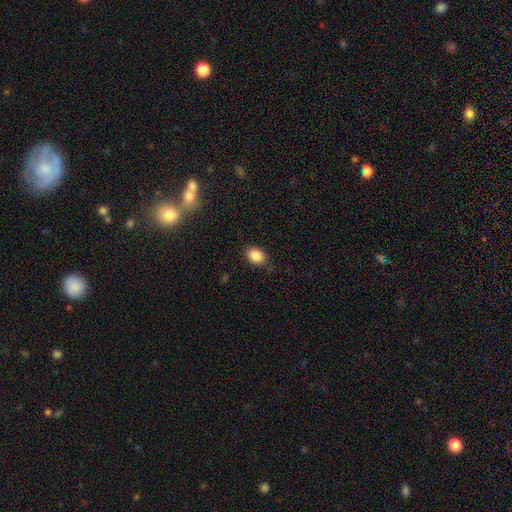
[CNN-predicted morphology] The model was most divided on "how rounded": in between: 57%, round: 42%, cigar-shaped: 1%. More confident: smooth or featured — smooth (87%); merging — none (83%).